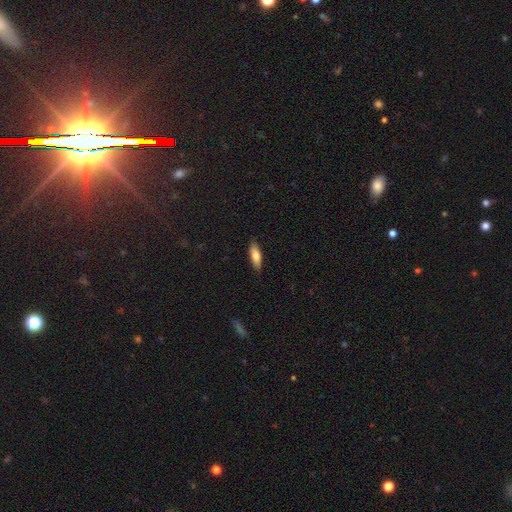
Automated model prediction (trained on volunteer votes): This is likely a smooth galaxy (74%). How rounded: possibly in between (57%). Merging: clearly none (86%).